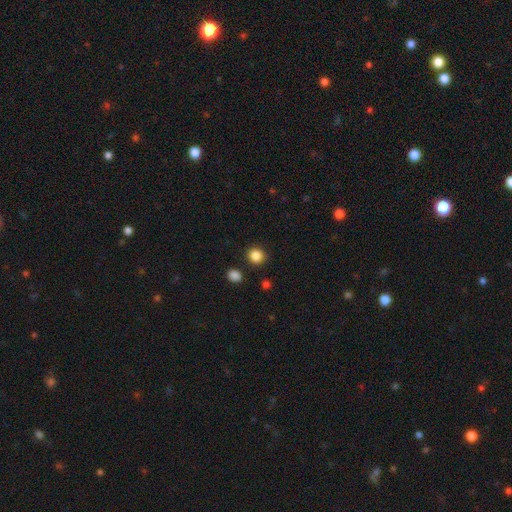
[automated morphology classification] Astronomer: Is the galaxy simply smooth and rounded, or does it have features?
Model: smooth — 86%.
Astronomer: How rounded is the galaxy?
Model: round — 89%.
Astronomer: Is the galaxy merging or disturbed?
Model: none — 88%.